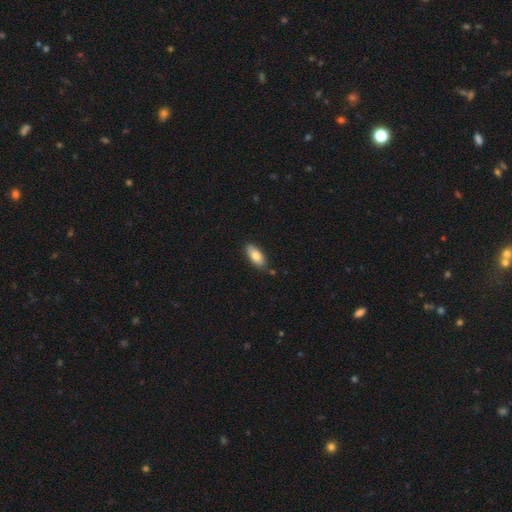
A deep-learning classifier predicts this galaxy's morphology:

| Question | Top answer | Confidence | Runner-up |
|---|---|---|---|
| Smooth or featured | smooth | 79% | featured or disk (14%) |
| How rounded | in between | 87% | cigar-shaped (11%) |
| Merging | none | 82% | minor disturbance (13%) |